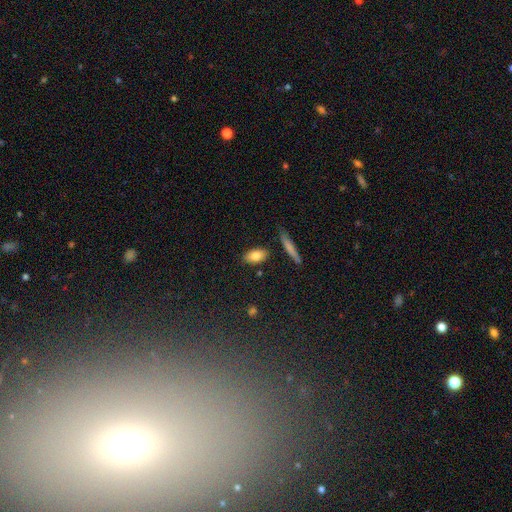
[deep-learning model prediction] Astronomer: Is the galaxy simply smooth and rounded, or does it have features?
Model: smooth — 81%.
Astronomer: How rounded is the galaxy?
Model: in between — 88%.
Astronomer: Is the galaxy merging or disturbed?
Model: none — 82%.